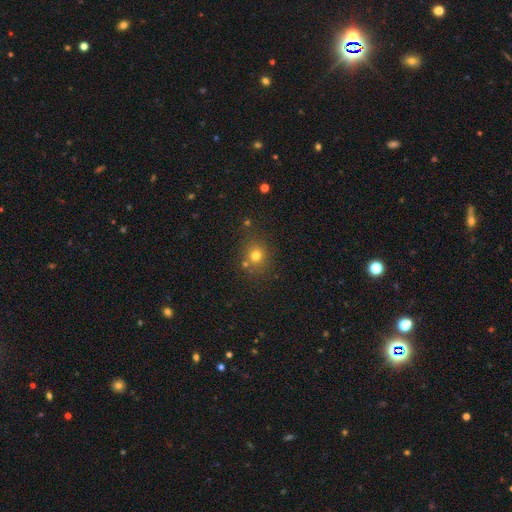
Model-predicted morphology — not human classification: This is likely a smooth galaxy (74%). How rounded: clearly round (82%). Merging: likely none (75%).